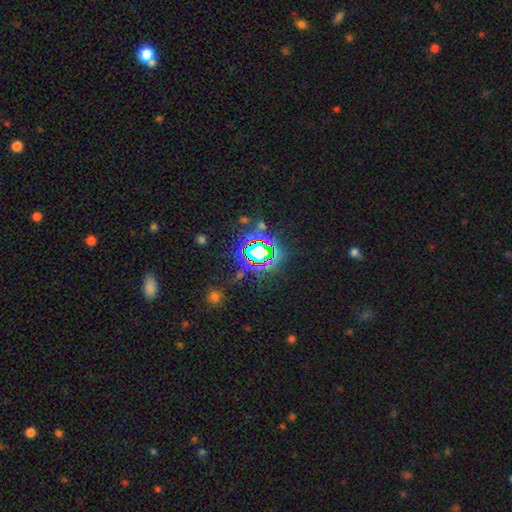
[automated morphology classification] Smooth or featured?
  - star or artifact: 77% *
  - smooth: 13%
  - featured or disk: 10%